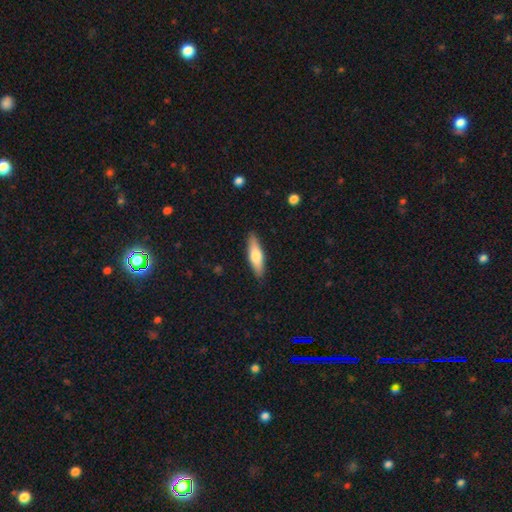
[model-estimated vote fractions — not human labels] Smooth or featured: smooth — 62% (featured or disk — 32%)
How rounded: cigar-shaped — 63% (in between — 35%)
Merging: none — 89% (minor disturbance — 9%)